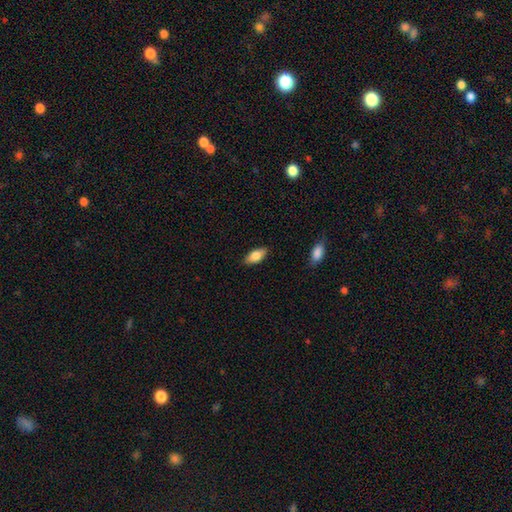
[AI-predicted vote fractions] Smooth or featured?
  - smooth: 79% *
  - featured or disk: 15%
  - star or artifact: 6%
How rounded?
  - in between: 87% *
  - cigar-shaped: 11%
  - round: 3%
Merging?
  - none: 86% *
  - minor disturbance: 11%
  - major disturbance: 2%
  - merger: 1%